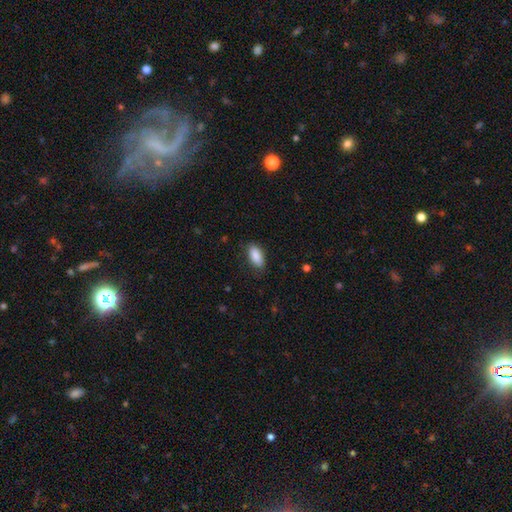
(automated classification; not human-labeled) Morphology: type=smooth (88%); roundness=in between (89%); merging=none (82%).